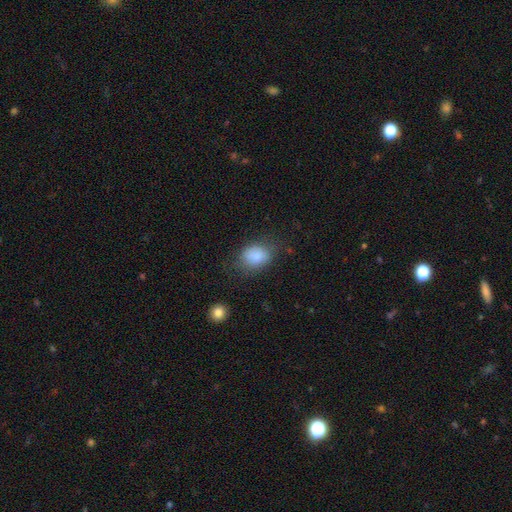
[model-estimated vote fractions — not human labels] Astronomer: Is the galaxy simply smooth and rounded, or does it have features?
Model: smooth — 84%.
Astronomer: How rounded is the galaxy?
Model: in between — 59% (runner-up: round, 39%).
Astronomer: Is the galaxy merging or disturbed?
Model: none — 65%.